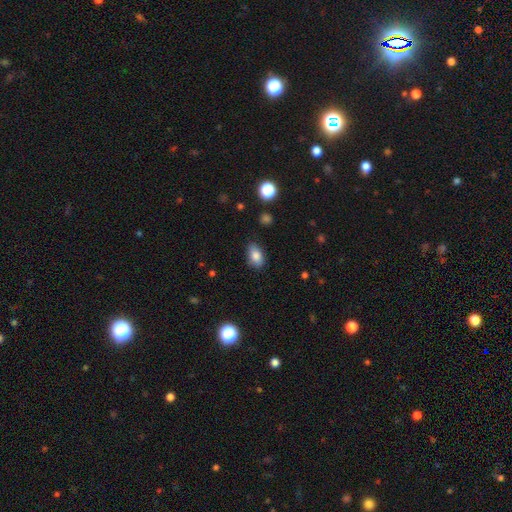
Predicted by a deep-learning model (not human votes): Smooth or featured: smooth — 84% (star or artifact — 9%)
How rounded: in between — 89% (round — 9%)
Merging: none — 82% (minor disturbance — 14%)